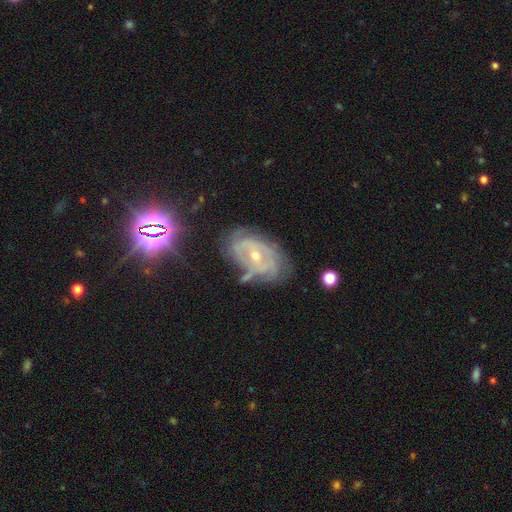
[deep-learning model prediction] smooth_or_featured: featured or disk (p=0.80) [alt: star or artifact p=0.11]
disk_edge_on: no (p=0.96) [alt: yes p=0.04]
bar: no (p=0.50) [alt: weak p=0.37]
has_spiral_arms: yes (p=0.90) [alt: no p=0.10]
spiral_winding: tight (p=0.61) [alt: medium p=0.30]
spiral_arm_count: can't tell (p=0.41) [alt: 2 p=0.23]
bulge_size: small (p=0.54) [alt: moderate p=0.43]
merging: none (p=0.58) [alt: minor disturbance p=0.26]